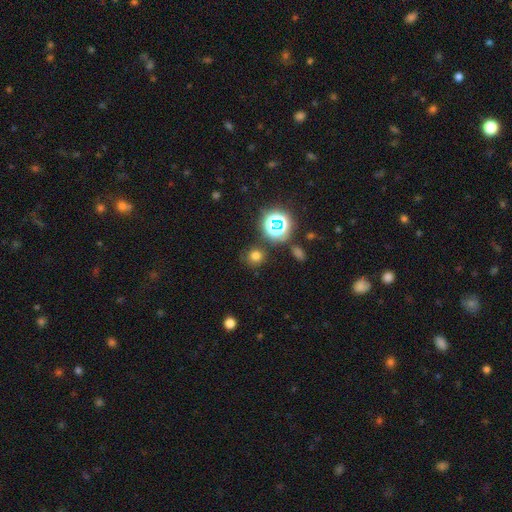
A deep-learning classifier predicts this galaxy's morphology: This is likely a smooth galaxy (68%). How rounded: clearly round (88%). Merging: clearly none (82%).